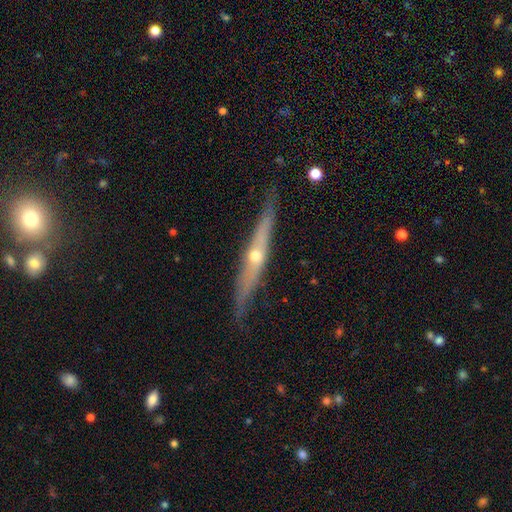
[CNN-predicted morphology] smooth_or_featured: featured or disk (p=0.75) [alt: smooth p=0.19]
disk_edge_on: yes (p=0.93) [alt: no p=0.07]
edge_on_bulge: rounded (p=0.84) [alt: none p=0.13]
merging: none (p=0.81) [alt: minor disturbance p=0.15]